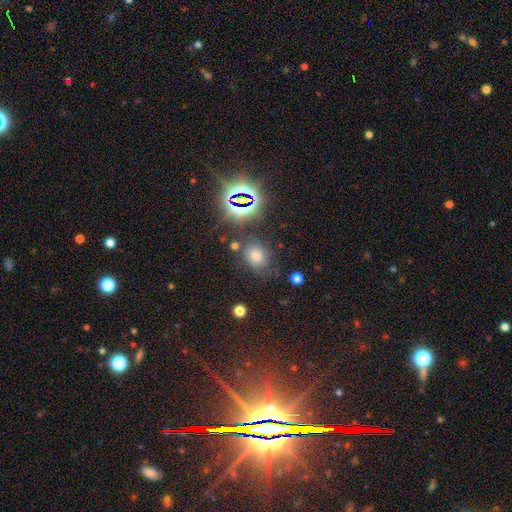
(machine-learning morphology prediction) Overall: smooth (54%; star or artifact 35%). How rounded: round (56%; in between 43%). Merging: none (72%).